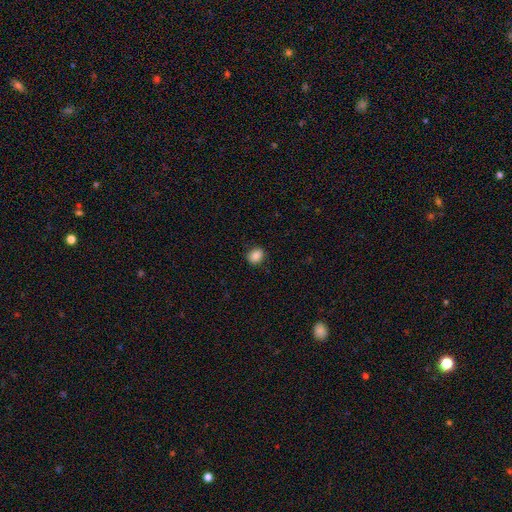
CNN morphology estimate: Smooth or featured?
  - smooth: 85% *
  - star or artifact: 10%
  - featured or disk: 6%
How rounded?
  - round: 57% *
  - in between: 42%
  - cigar-shaped: 1%
Merging?
  - none: 89% *
  - minor disturbance: 8%
  - major disturbance: 2%
  - merger: 1%